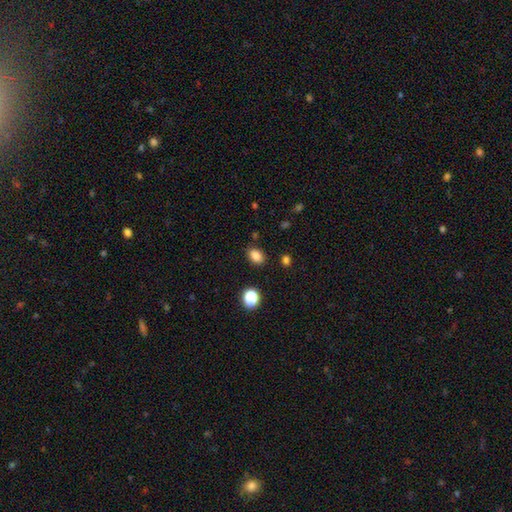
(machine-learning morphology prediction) type=smooth (84%); roundness=in between (76%); merging=none (84%).